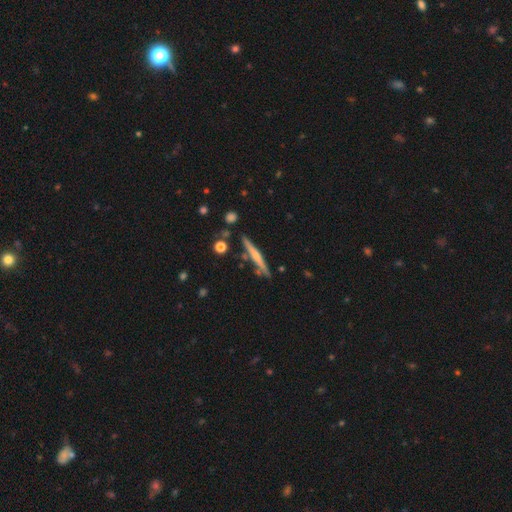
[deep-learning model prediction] Q: Smooth or featured?
A: featured or disk (56%); runner-up: smooth (38%)
Q: Edge-on disk?
A: yes (97%); runner-up: no (3%)
Q: Edge-on bulge?
A: rounded (54%); runner-up: none (36%)
Q: Merging?
A: none (83%); runner-up: minor disturbance (10%)